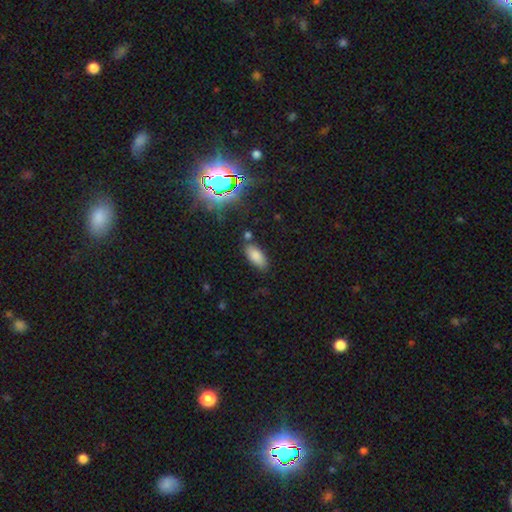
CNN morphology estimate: smooth-or-featured: smooth: 80% | star or artifact: 12% | featured or disk: 8%
  how-rounded: in between: 87% | cigar-shaped: 10% | round: 3%
  merging: none: 78% | minor disturbance: 14% | merger: 5% | major disturbance: 4%